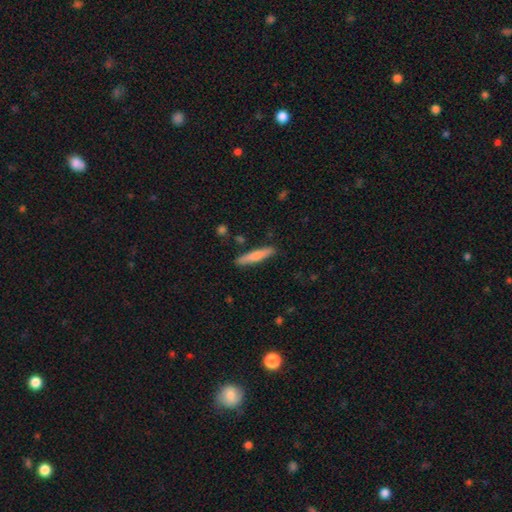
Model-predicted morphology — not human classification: Smooth or featured: smooth — 71% (featured or disk — 24%)
How rounded: cigar-shaped — 90% (in between — 8%)
Merging: none — 88% (minor disturbance — 9%)